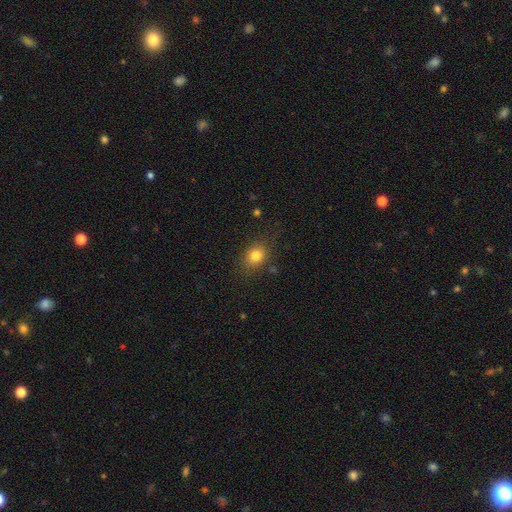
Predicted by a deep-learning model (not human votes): Smooth or featured? smooth (80%)
How rounded? in between (54%)
Merging? none (78%)